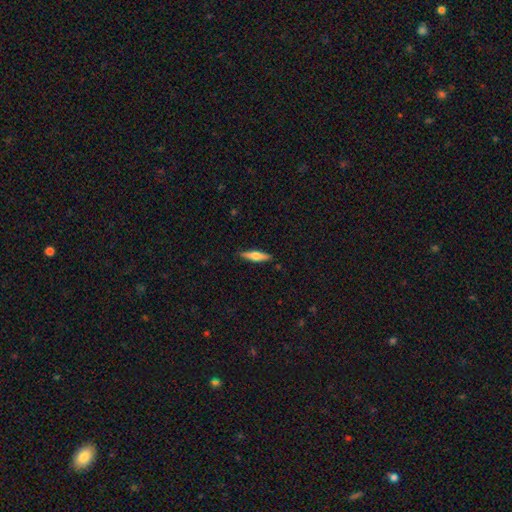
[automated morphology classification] Q: Smooth or featured?
A: smooth (49%); runner-up: featured or disk (46%)
Q: Merging?
A: none (89%); runner-up: minor disturbance (8%)